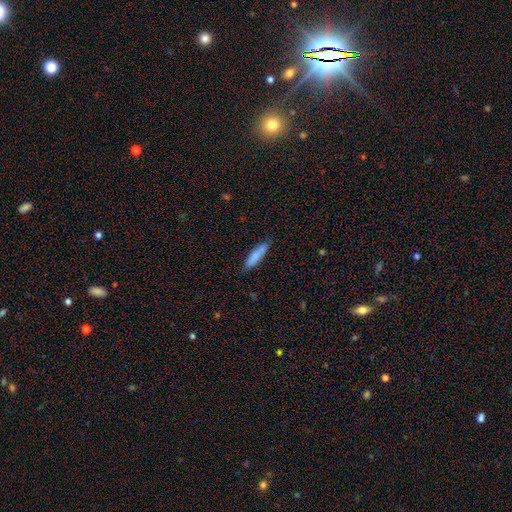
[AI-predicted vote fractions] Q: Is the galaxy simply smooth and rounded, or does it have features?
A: smooth — 79%.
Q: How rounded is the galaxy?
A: cigar-shaped — 74%.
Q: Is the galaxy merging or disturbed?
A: none — 81%.